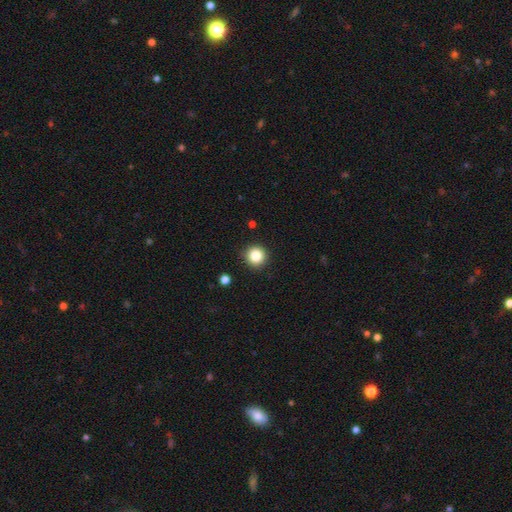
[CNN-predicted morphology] A smooth galaxy with no disk features (84%) that is round (95%).

Vote fractions:
- Smooth or featured? smooth: 84% / star or artifact: 11% / featured or disk: 5%
- How rounded? round: 95% / in between: 4% / cigar-shaped: 1%
- Merging? none: 91% / minor disturbance: 6% / major disturbance: 2% / merger: 1%